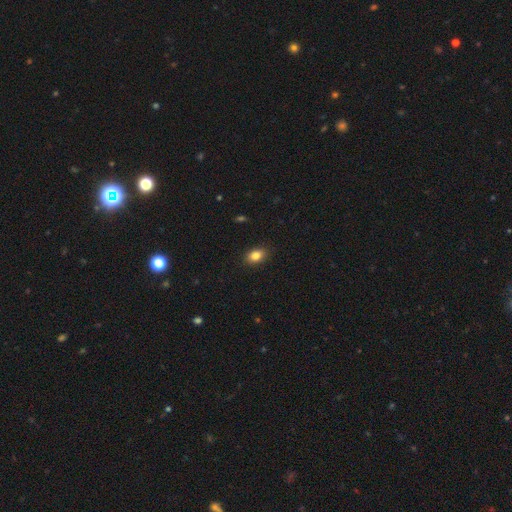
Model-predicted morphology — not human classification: Q: Smooth or featured?
A: smooth (84%); runner-up: star or artifact (9%)
Q: How rounded?
A: in between (80%); runner-up: round (18%)
Q: Merging?
A: none (88%); runner-up: minor disturbance (9%)